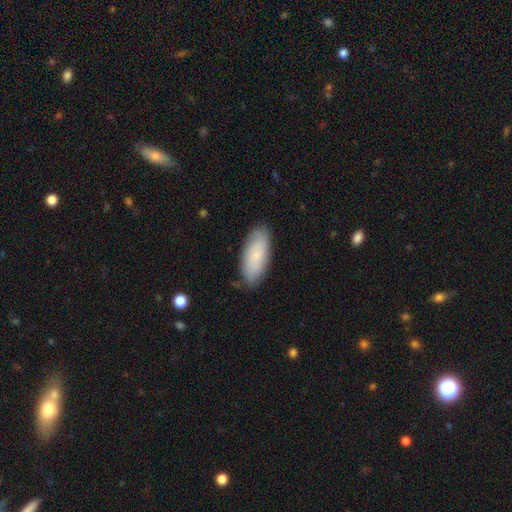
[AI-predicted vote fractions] Smooth or featured?
  - smooth: 72% *
  - featured or disk: 21%
  - star or artifact: 7%
How rounded?
  - in between: 83% *
  - cigar-shaped: 15%
  - round: 2%
Merging?
  - none: 83% *
  - minor disturbance: 14%
  - major disturbance: 3%
  - merger: 1%